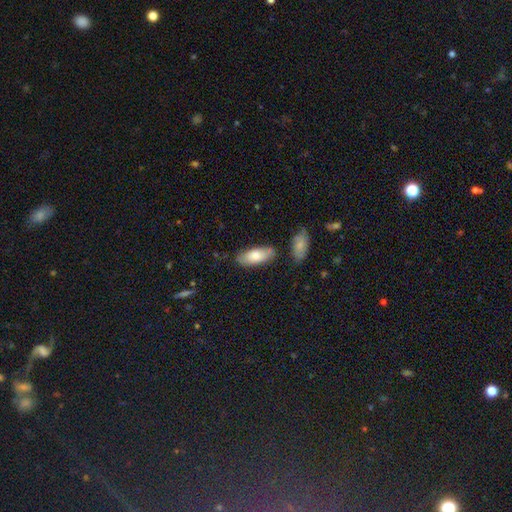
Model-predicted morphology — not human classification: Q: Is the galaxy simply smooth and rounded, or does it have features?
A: smooth — 76%.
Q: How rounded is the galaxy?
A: in between — 81%.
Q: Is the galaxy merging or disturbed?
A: none — 74%.